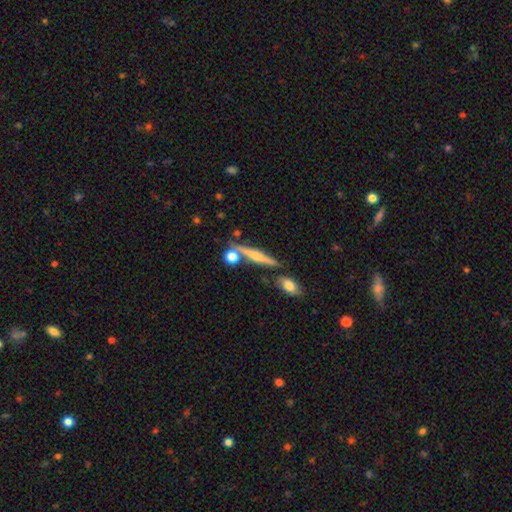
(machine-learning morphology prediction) Smooth or featured?
  - featured or disk: 50% *
  - smooth: 42%
  - star or artifact: 9%
Merging?
  - none: 75% *
  - minor disturbance: 11%
  - merger: 11%
  - major disturbance: 4%